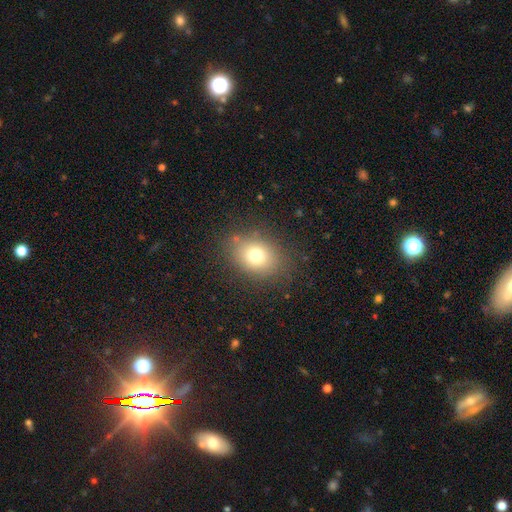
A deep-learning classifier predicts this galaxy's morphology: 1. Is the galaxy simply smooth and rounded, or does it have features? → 74% smooth, 14% star or artifact, 12% featured or disk.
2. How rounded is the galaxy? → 52% in between, 47% round, 1% cigar-shaped.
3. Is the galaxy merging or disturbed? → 81% none, 12% minor disturbance, 5% major disturbance, 2% merger.